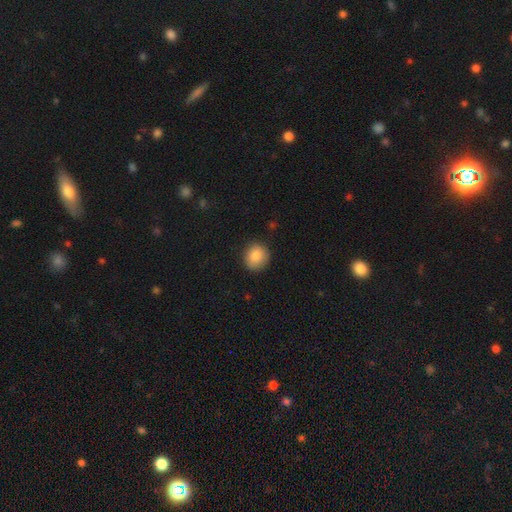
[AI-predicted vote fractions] This appears to be a smooth galaxy with no disk features (86%) that is round (85%). Merging: none (83%).